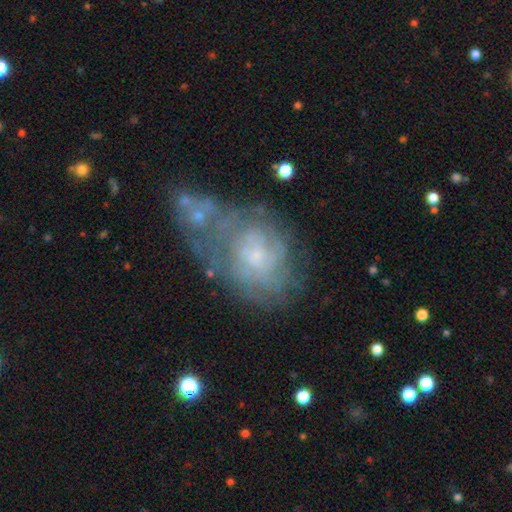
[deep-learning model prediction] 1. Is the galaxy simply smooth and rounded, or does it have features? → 63% featured or disk, 27% smooth, 10% star or artifact.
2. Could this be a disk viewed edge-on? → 97% no, 3% yes.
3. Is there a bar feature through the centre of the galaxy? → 78% no, 18% weak, 3% strong.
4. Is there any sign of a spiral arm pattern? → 56% yes, 44% no.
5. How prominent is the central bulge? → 68% small, 17% moderate, 12% none, 2% large, 1% dominant.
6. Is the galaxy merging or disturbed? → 30% merger (tied), 30% none (tied), 21% major disturbance, 19% minor disturbance.